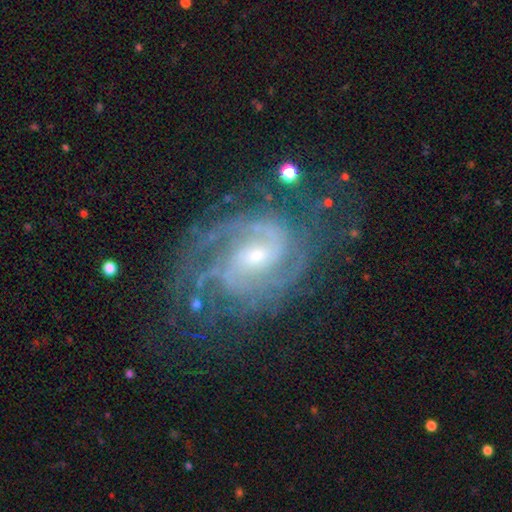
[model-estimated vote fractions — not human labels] Smooth or featured? Predicted: featured or disk (p=0.89). Edge-on disk? Predicted: no (p=0.97). Bar? Predicted: weak (p=0.43). Spiral arms? Predicted: yes (p=0.97). Spiral winding? Predicted: tight (p=0.52). Spiral arm count? Predicted: 2 (p=0.33). Bulge size? Predicted: small (p=0.64). Merging? Predicted: none (p=0.65).